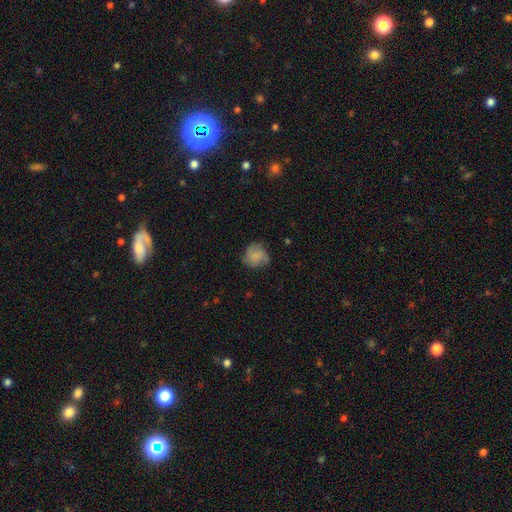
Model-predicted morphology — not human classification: This is possibly a smooth galaxy (56%). How rounded: likely round (77%). Merging: likely none (69%).